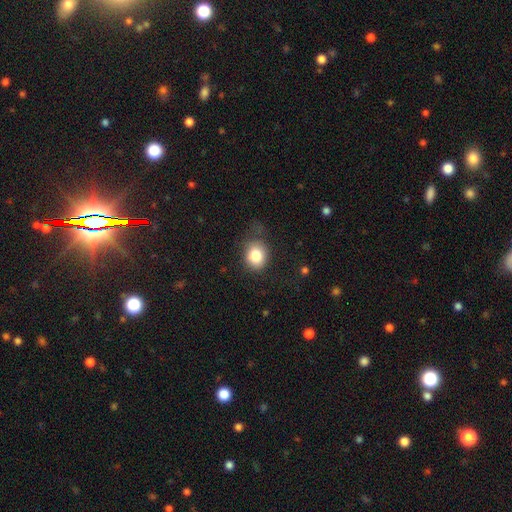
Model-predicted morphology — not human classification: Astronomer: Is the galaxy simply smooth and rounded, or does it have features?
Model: smooth — 83%.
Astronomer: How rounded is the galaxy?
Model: round — 66%.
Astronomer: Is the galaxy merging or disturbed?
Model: none — 68%.